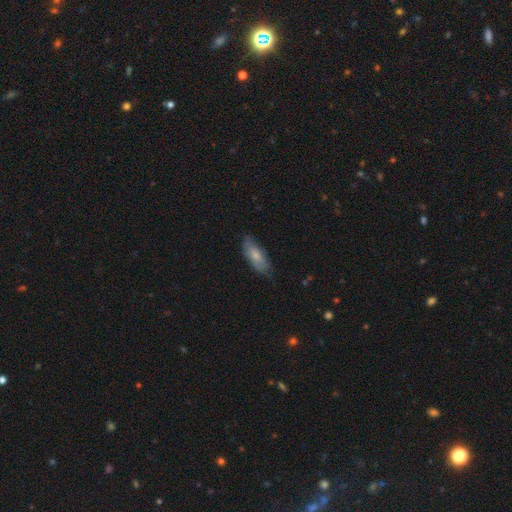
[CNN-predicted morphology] type=smooth (70%); roundness=in between (74%); merging=none (70%).